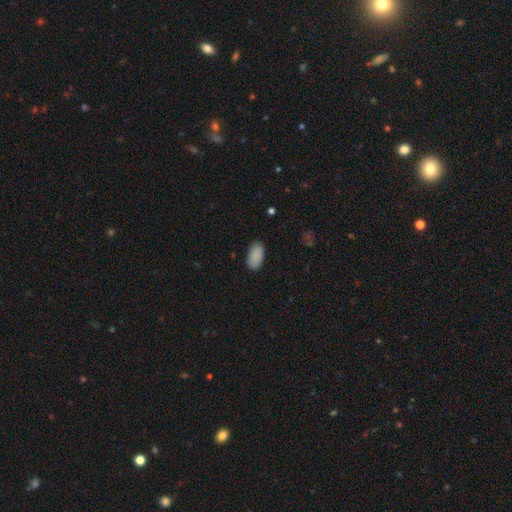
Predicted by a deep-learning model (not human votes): A smooth galaxy with no disk features (90%) that is in between round and cigar-shaped (95%). Merging: none (85%).